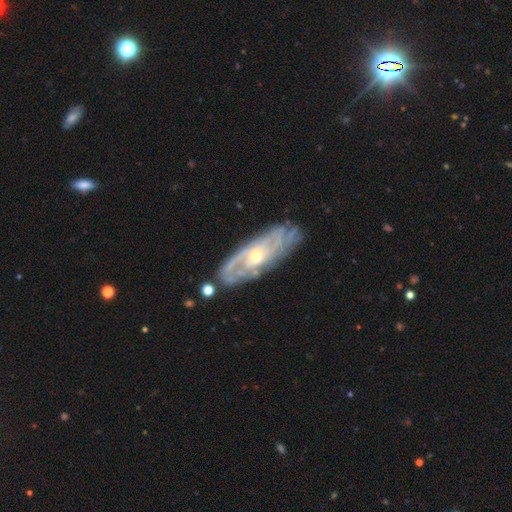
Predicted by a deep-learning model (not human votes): A featured or disk galaxy (85%) with no bar (63%), tight (61%) spiral arms (93%) and a moderate central bulge (49%).

Vote fractions:
- Smooth or featured? featured or disk: 85% / smooth: 9% / star or artifact: 6%
- Edge-on disk? no: 85% / yes: 15%
- Bar? no: 63% / weak: 28% / strong: 9%
- Spiral arms? yes: 93% / no: 7%
- Spiral winding? tight: 61% / medium: 30% / loose: 9%
- Spiral arm count? can't tell: 42% / 2: 21% / 3: 16% / 4: 10% / more than 4: 6% / 1: 5%
- Bulge size? moderate: 49% / small: 48% / large: 2% / none: 1% / dominant: 1%
- Merging? none: 79% / minor disturbance: 14% / major disturbance: 4% / merger: 2%